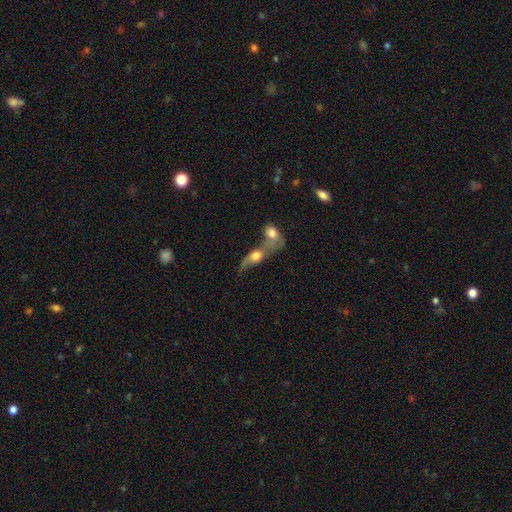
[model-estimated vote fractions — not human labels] Smooth or featured: featured or disk — 50% (smooth — 41%)
Edge-on disk: no — 73% (yes — 27%)
Merging: merger — 68% (none — 17%)